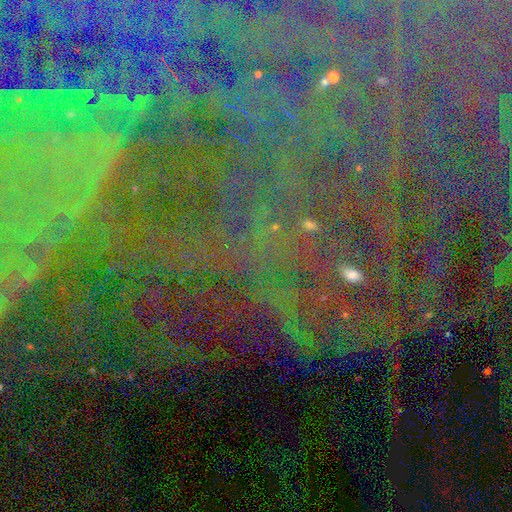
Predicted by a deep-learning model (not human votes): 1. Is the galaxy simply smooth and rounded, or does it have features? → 81% star or artifact, 11% featured or disk, 8% smooth.